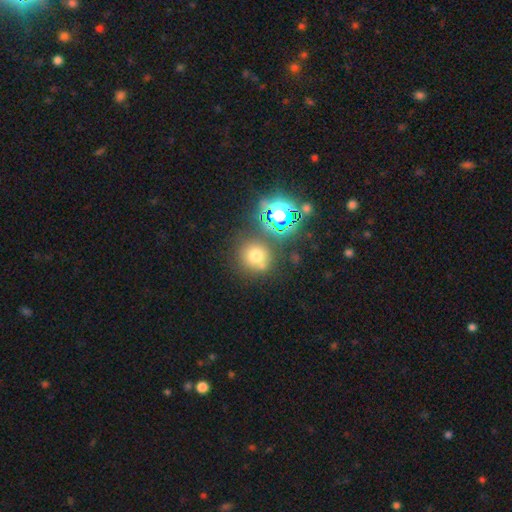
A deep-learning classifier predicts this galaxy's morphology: Smooth or featured? Predicted: smooth (p=0.65). How rounded? Predicted: round (p=0.89). Merging? Predicted: none (p=0.70).